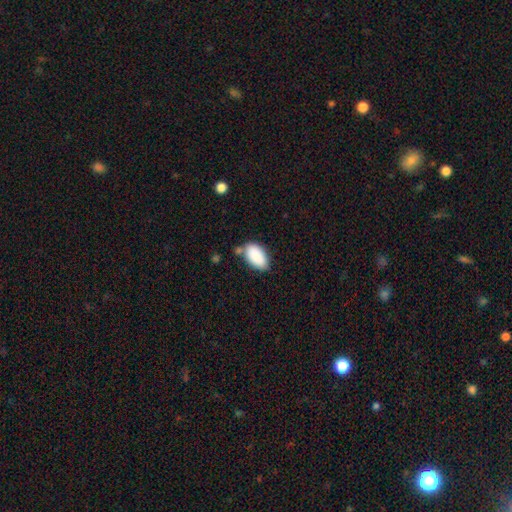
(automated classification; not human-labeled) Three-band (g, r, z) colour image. It shows a smooth galaxy with no disk features (89%) that is in between round and cigar-shaped (95%). Merging: none (66%).